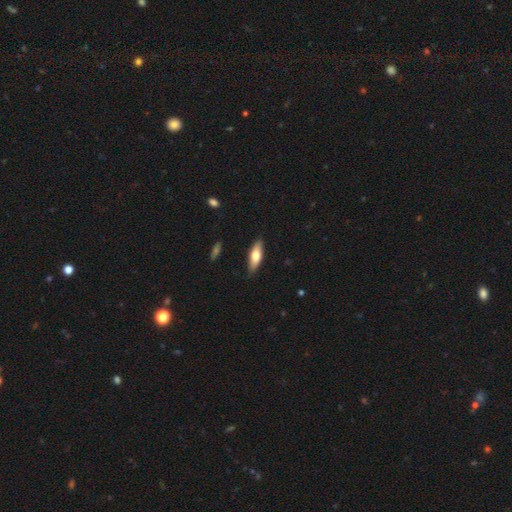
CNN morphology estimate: Smooth or featured? Predicted: smooth (p=0.67). How rounded? Predicted: in between (p=0.54). Merging? Predicted: none (p=0.85).